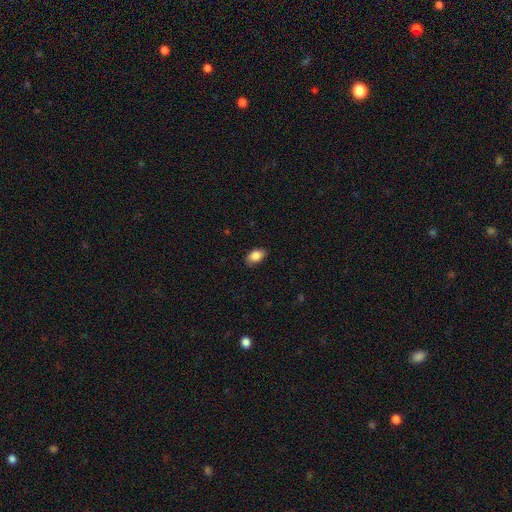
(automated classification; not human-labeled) smooth 86%, star or artifact 7%, featured or disk 7%. Down the decision tree: how rounded — in between (89%); merging — none (78%).